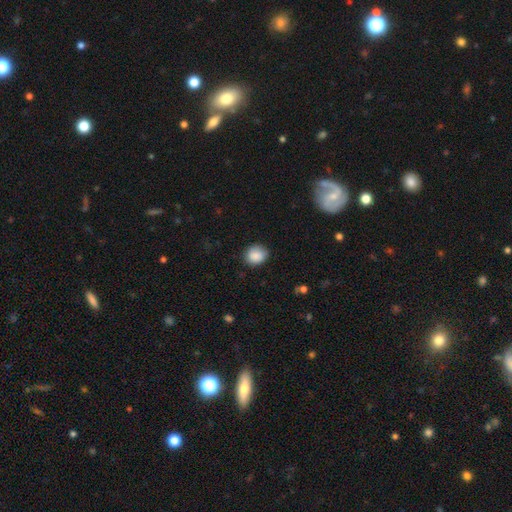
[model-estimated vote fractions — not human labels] Morphology: type=smooth (88%); roundness=round (68%); merging=none (81%).